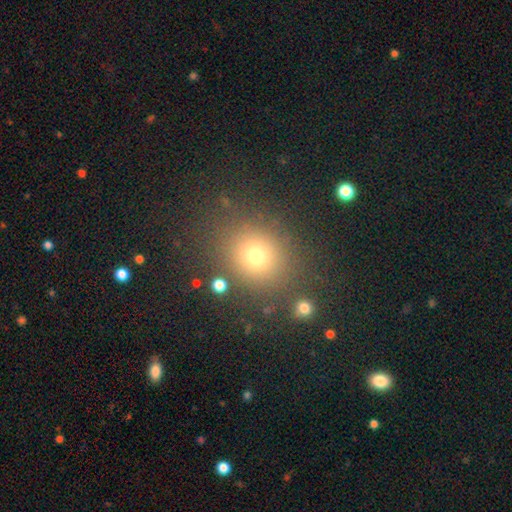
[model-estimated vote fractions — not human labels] A smooth galaxy with no disk features (70%) that is round (77%). Merging: none (83%).